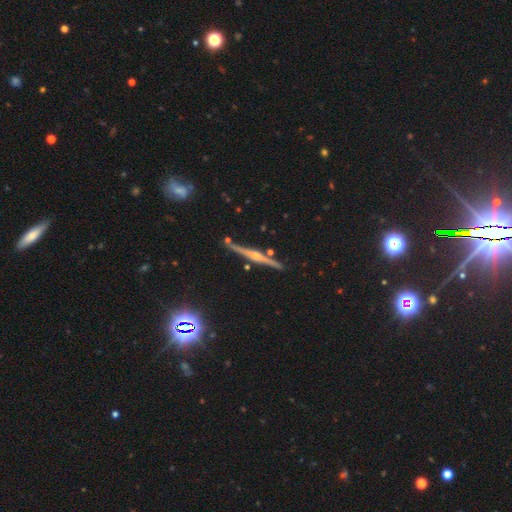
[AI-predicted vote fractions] smooth_or_featured: featured or disk (p=0.84) [alt: smooth p=0.09]
disk_edge_on: yes (p=0.98) [alt: no p=0.02]
edge_on_bulge: rounded (p=0.88) [alt: none p=0.06]
merging: none (p=0.88) [alt: minor disturbance p=0.08]